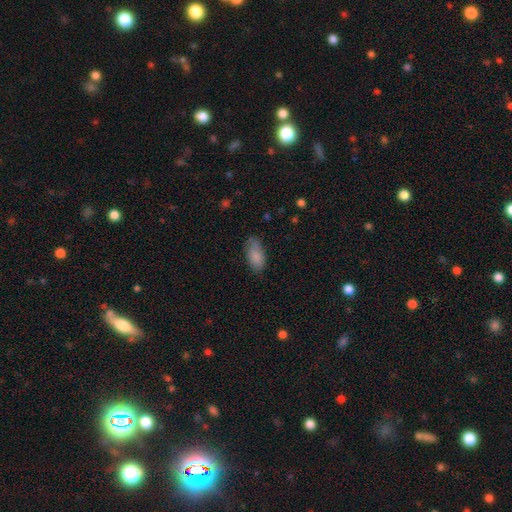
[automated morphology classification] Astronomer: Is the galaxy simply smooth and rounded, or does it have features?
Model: smooth — 86%.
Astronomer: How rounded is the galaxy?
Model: in between — 92%.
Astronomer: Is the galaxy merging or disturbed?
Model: none — 72%.